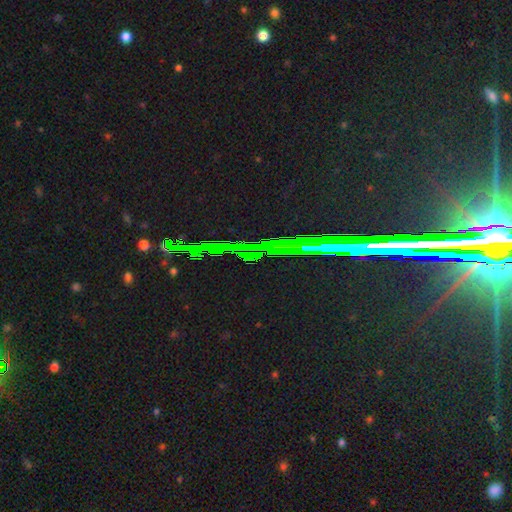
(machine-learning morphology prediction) smooth-or-featured: star or artifact: 80% | smooth: 10% | featured or disk: 10%